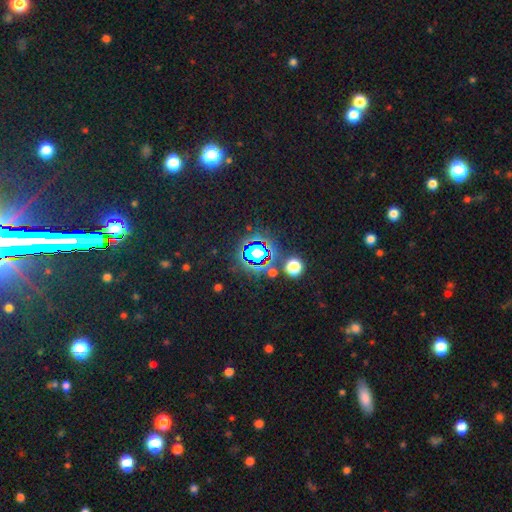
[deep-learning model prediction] smooth-or-featured: star or artifact: 68% | smooth: 22% | featured or disk: 10%